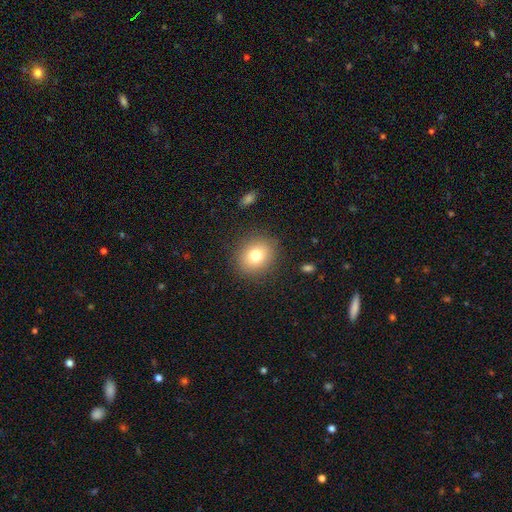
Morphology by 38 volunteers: Smooth or featured? 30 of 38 (79%) said smooth. How rounded? 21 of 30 (70%) said round. Merging? 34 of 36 (94%) said none.